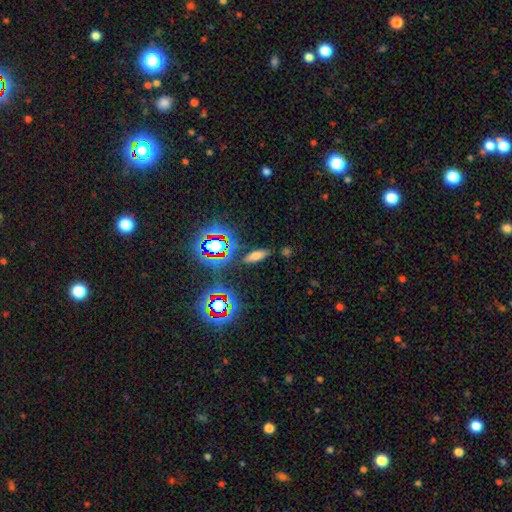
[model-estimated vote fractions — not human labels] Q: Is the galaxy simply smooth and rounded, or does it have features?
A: smooth — 64%.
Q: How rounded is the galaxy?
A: in between — 57%.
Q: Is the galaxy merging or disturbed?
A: none — 84%.